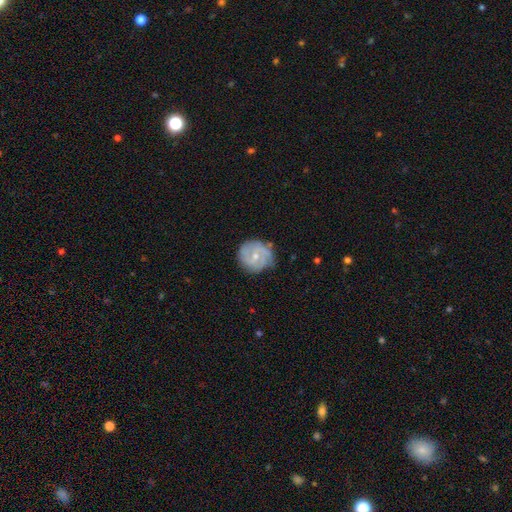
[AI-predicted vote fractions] Smooth or featured? Predicted: featured or disk (p=0.70). Edge-on disk? Predicted: no (p=0.98). Bar? Predicted: no (p=0.62). Spiral arms? Predicted: yes (p=0.87). Spiral winding? Predicted: tight (p=0.54). Spiral arm count? Predicted: 2 (p=0.34). Bulge size? Predicted: small (p=0.50). Merging? Predicted: none (p=0.72).